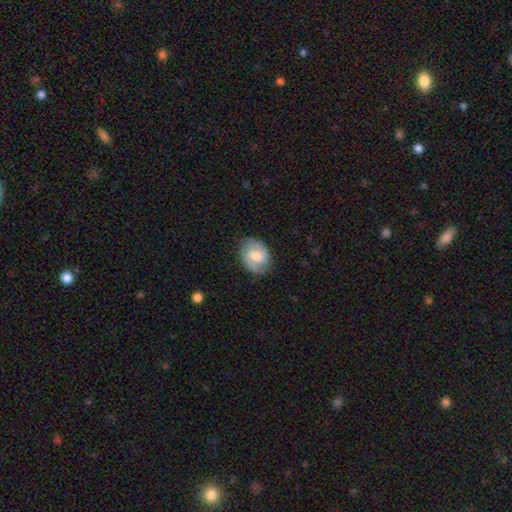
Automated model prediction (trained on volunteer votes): Smooth or featured? Predicted: featured or disk (p=0.51). Edge-on disk? Predicted: no (p=0.97). Merging? Predicted: none (p=0.80).